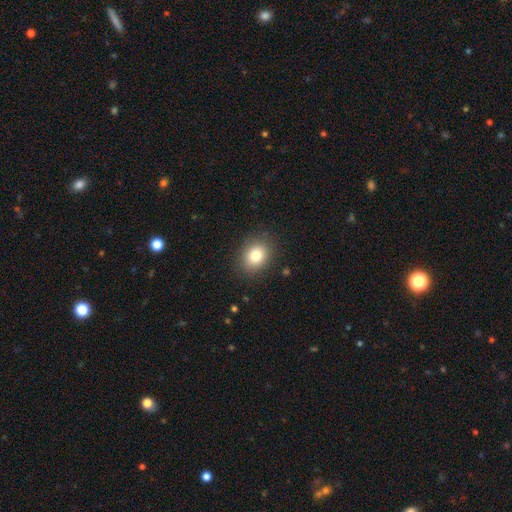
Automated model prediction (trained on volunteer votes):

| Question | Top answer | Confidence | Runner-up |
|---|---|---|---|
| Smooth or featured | smooth | 81% | star or artifact (10%) |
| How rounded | in between | 51% | round (48%) |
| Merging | none | 87% | minor disturbance (9%) |